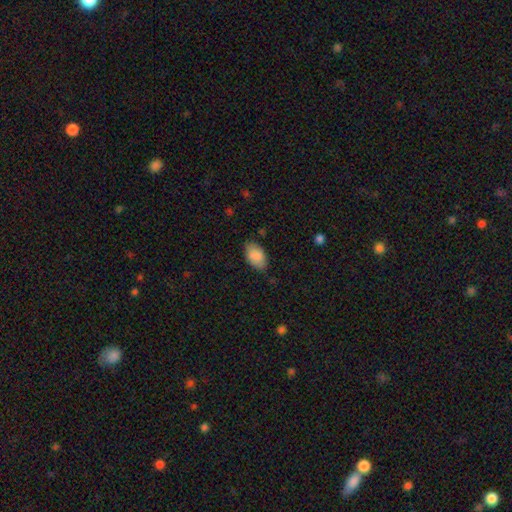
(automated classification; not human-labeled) Overall: smooth (87%). How rounded: in between (93%). Merging: none (79%).